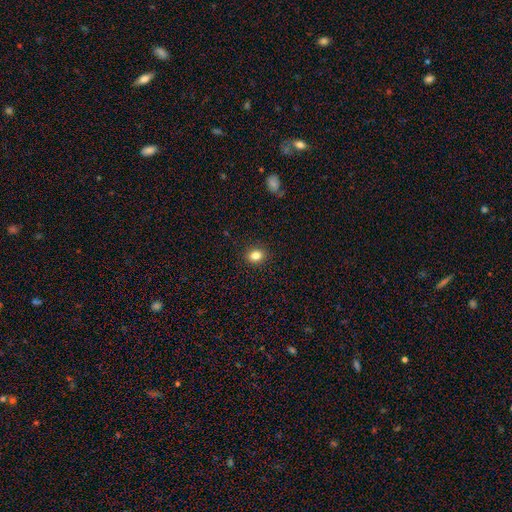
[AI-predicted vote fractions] A smooth galaxy with no disk features (84%) that is in between round and cigar-shaped (51%).

Vote fractions:
- Smooth or featured? smooth: 84% / star or artifact: 11% / featured or disk: 6%
- How rounded? in between: 51% / round: 48% / cigar-shaped: 1%
- Merging? none: 90% / minor disturbance: 7% / major disturbance: 2% / merger: 1%